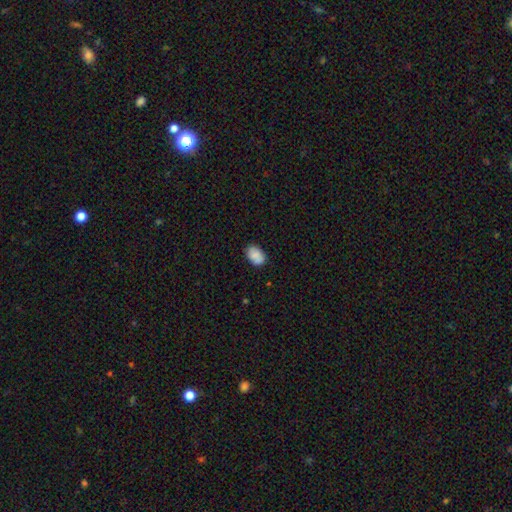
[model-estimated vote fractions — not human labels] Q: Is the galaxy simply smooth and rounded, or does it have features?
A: smooth — 86%.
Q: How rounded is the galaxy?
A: in between — 85%.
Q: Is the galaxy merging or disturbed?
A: none — 82%.